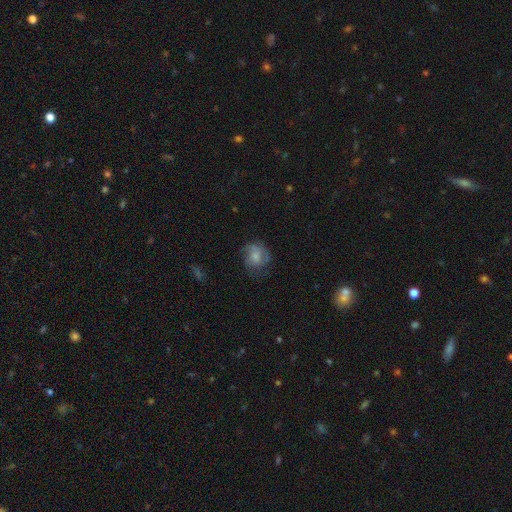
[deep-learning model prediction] Overall: smooth (50%; featured or disk 40%). How rounded: round (74%). Merging: none (59%; minor disturbance 24%).